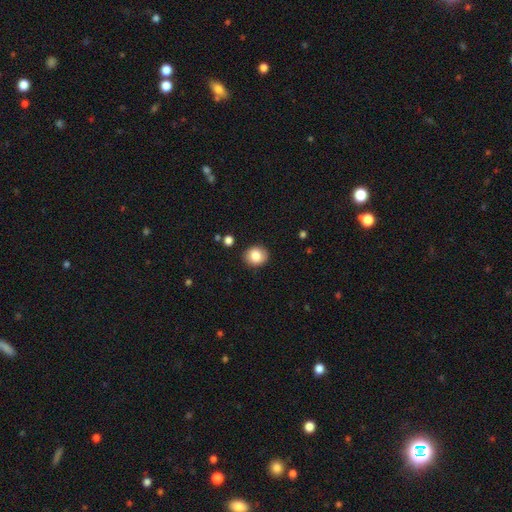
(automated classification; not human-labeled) smooth_or_featured: smooth (p=0.84) [alt: star or artifact p=0.09]
how_rounded: round (p=0.71) [alt: in between p=0.28]
merging: none (p=0.88) [alt: minor disturbance p=0.08]